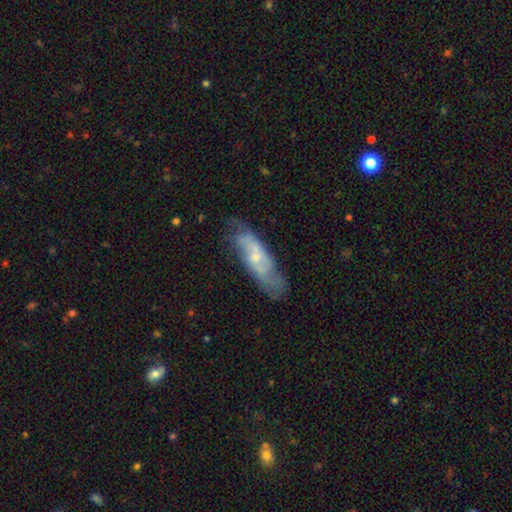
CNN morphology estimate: This is likely a featured or disk galaxy (66%). It is likely not viewed edge-on (78%). Bar: likely no (66%). Spiral arm pattern: clearly yes (81%). Central bulge: likely small (66%). Merging: likely none (65%).